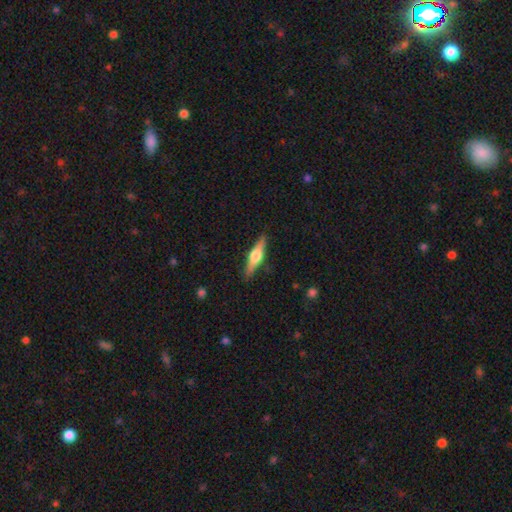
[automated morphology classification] smooth_or_featured: featured or disk (p=0.61) [alt: smooth p=0.34]
disk_edge_on: yes (p=0.96) [alt: no p=0.04]
edge_on_bulge: rounded (p=0.93) [alt: boxy p=0.05]
merging: none (p=0.89) [alt: minor disturbance p=0.08]